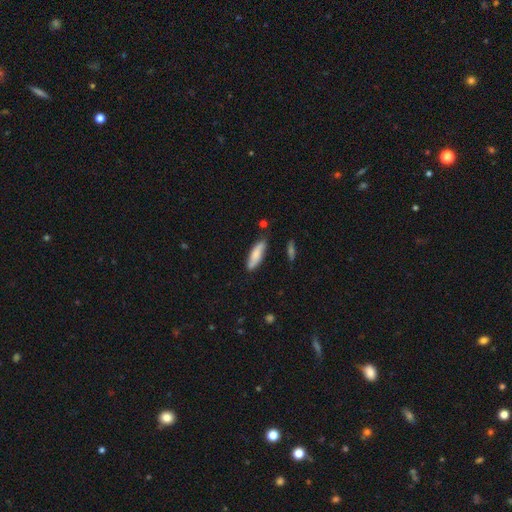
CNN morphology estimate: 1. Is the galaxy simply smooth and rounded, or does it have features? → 70% smooth, 24% featured or disk, 6% star or artifact.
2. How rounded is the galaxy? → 51% cigar-shaped, 47% in between, 2% round.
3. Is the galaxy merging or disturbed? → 79% none, 16% minor disturbance, 3% major disturbance, 3% merger.